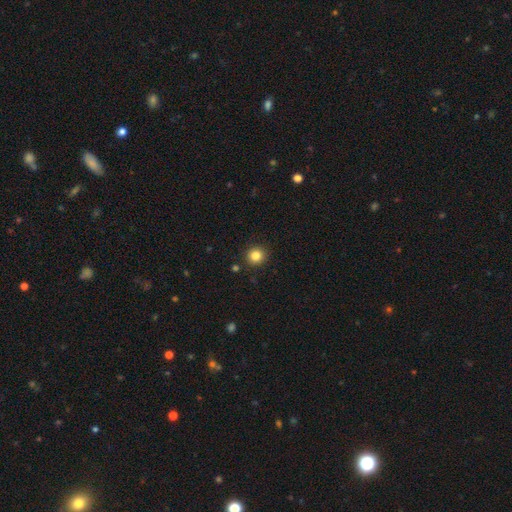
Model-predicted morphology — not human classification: Smooth or featured? smooth (83%)
How rounded? round (91%)
Merging? none (91%)